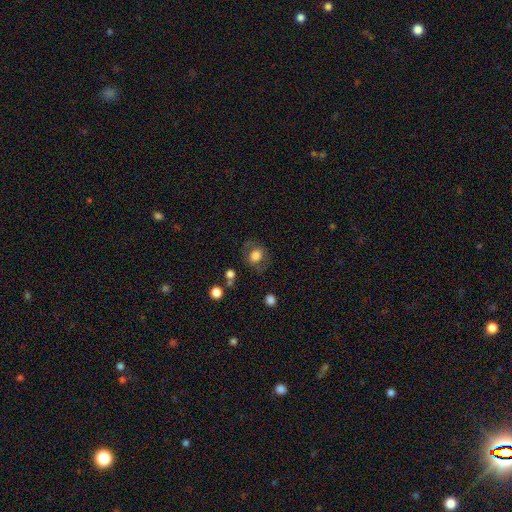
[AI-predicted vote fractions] This appears to be a smooth galaxy with no disk features (69%) that is round (69%). Merging: none (71%).